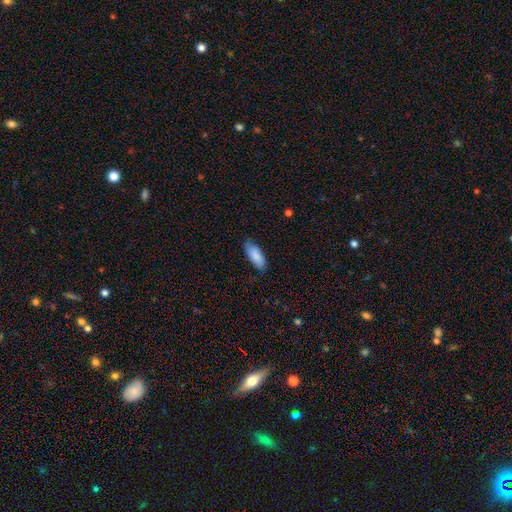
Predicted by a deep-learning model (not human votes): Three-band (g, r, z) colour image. It shows a smooth galaxy with no disk features (86%) that is in between round and cigar-shaped (83%). Merging: none (79%).